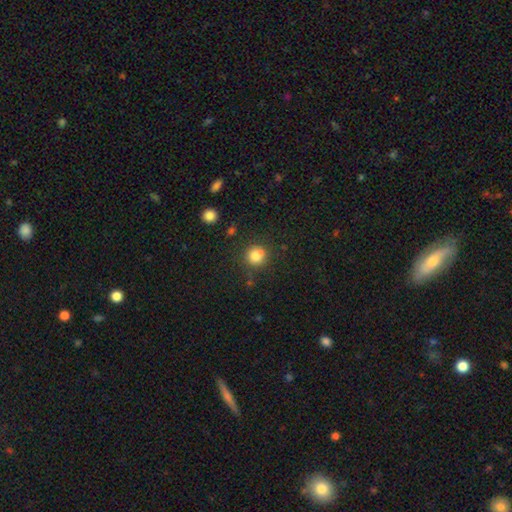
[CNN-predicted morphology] Smooth or featured: smooth — 80% (star or artifact — 12%)
How rounded: round — 87% (in between — 12%)
Merging: none — 72% (minor disturbance — 14%)